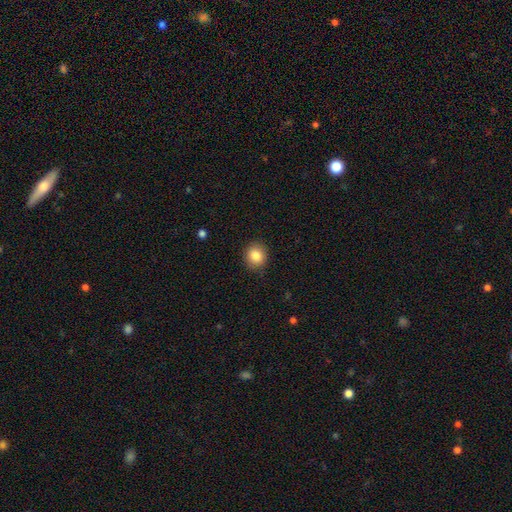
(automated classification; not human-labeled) This is clearly a smooth galaxy (85%). How rounded: likely round (77%). Merging: clearly none (87%).